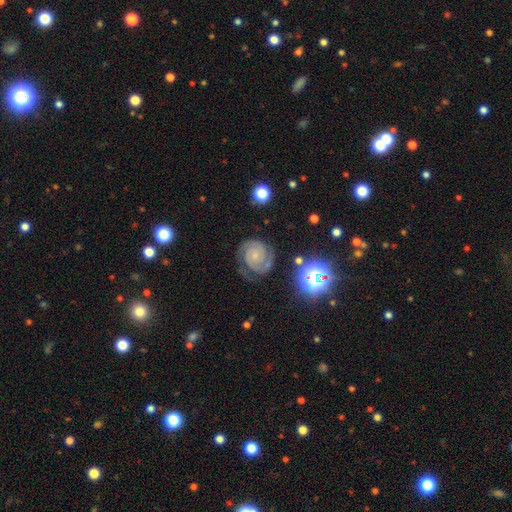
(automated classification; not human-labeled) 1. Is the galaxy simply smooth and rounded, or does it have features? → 84% featured or disk, 9% star or artifact, 8% smooth.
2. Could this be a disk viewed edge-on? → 98% no, 2% yes.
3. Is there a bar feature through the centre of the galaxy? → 69% no, 24% weak, 6% strong.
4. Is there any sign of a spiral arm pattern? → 98% yes, 2% no.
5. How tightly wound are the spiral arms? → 69% tight, 26% medium, 4% loose.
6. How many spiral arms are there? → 72% 2, 11% 3, 9% can't tell, 3% 1, 2% 4, 2% more than 4.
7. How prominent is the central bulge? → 71% small, 16% moderate, 10% none, 1% large, 1% dominant.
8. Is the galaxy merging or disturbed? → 74% none, 17% minor disturbance, 8% major disturbance, 2% merger.